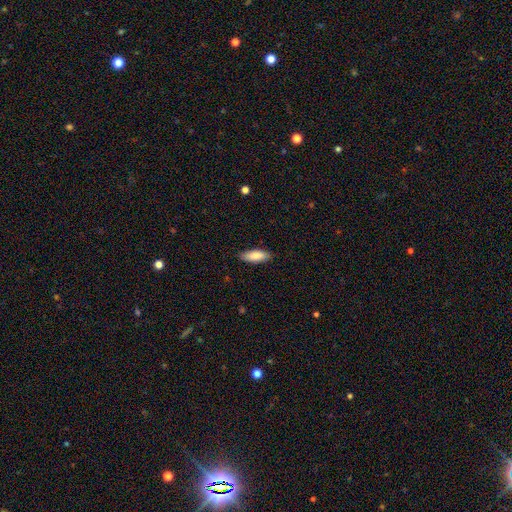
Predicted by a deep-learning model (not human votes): smooth_or_featured: smooth (p=0.86) [alt: featured or disk p=0.08]
how_rounded: in between (p=0.65) [alt: cigar-shaped p=0.33]
merging: none (p=0.87) [alt: minor disturbance p=0.10]